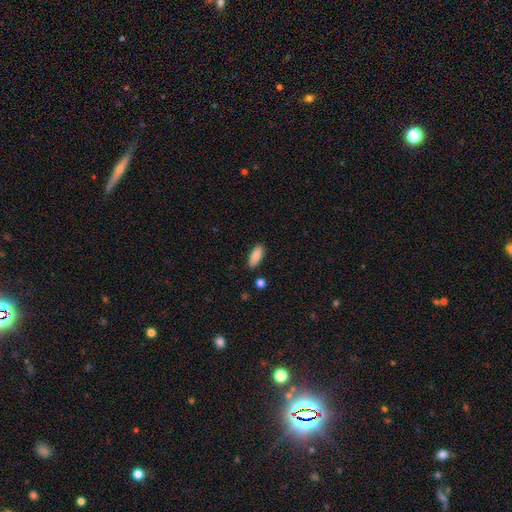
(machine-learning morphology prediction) A smooth galaxy with no disk features (88%) that is in between round and cigar-shaped (83%).

Vote fractions:
- Smooth or featured? smooth: 88% / star or artifact: 6% / featured or disk: 6%
- How rounded? in between: 83% / cigar-shaped: 15% / round: 2%
- Merging? none: 86% / minor disturbance: 10% / merger: 2% / major disturbance: 2%